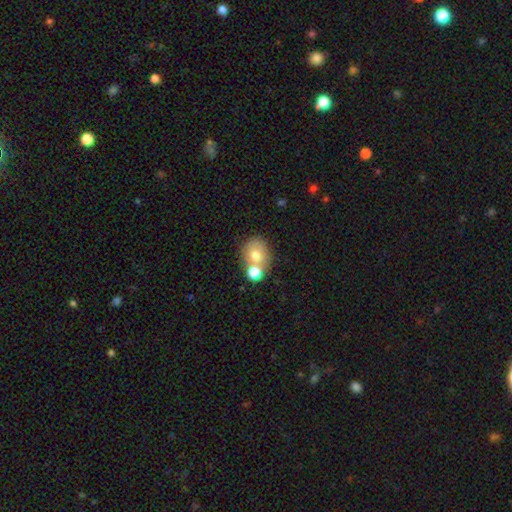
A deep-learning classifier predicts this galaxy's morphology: A smooth galaxy with no disk features (73%) that is round (62%). Merging: none (44%).